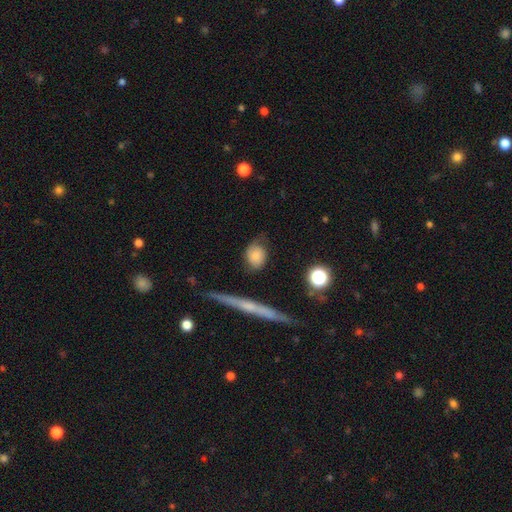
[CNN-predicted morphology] type=smooth (70%); roundness=round (49%); merging=none (63%).